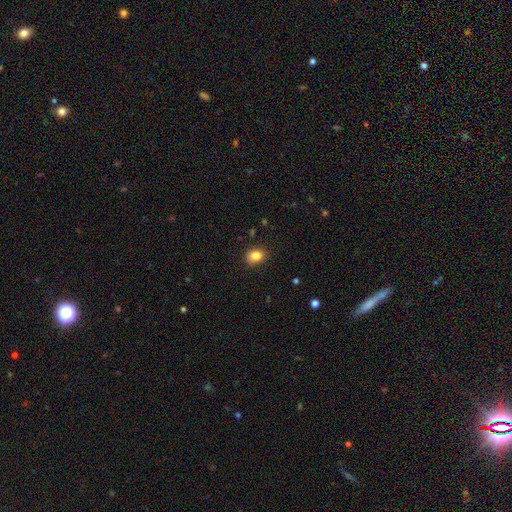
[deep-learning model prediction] A smooth galaxy with no disk features (84%) that is round (50%).

Vote fractions:
- Smooth or featured? smooth: 84% / star or artifact: 10% / featured or disk: 6%
- How rounded? round: 50% / in between: 49% / cigar-shaped: 1%
- Merging? none: 81% / minor disturbance: 15% / major disturbance: 3% / merger: 1%